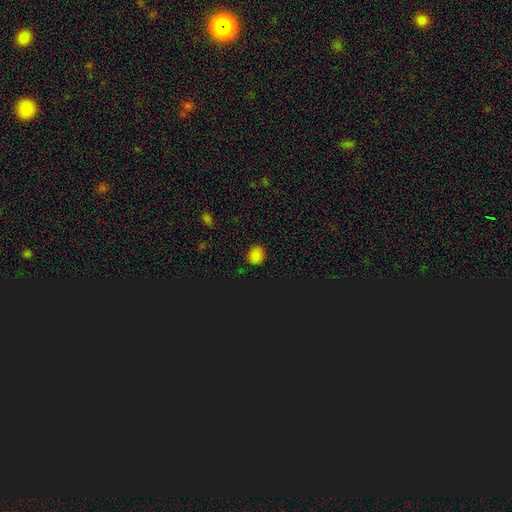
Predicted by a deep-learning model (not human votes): A smooth galaxy with no disk features (75%) that is round (78%). Merging: none (85%).